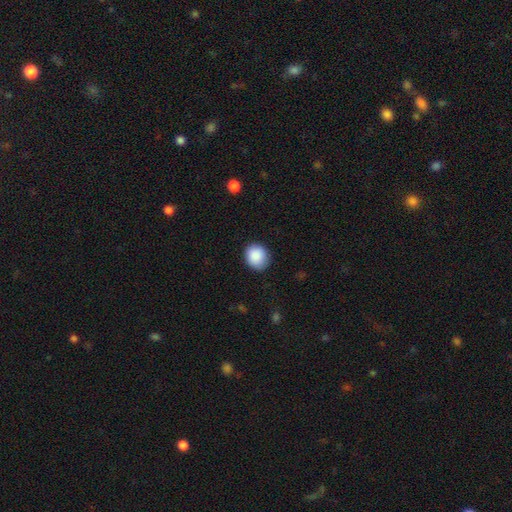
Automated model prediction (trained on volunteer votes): This is clearly a smooth galaxy (89%). How rounded: likely round (77%). Merging: clearly none (85%).